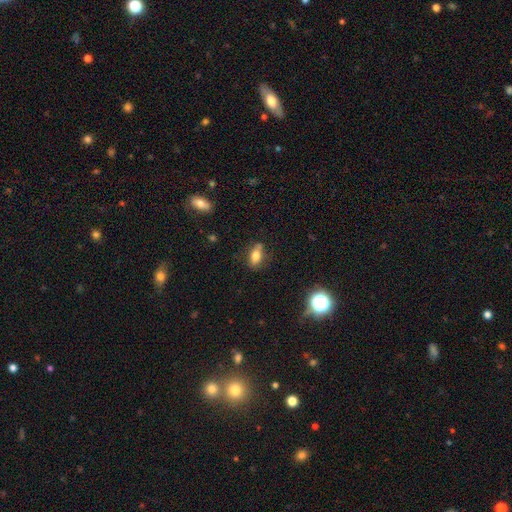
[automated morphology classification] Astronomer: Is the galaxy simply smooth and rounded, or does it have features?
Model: smooth — 73%.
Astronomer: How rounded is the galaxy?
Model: in between — 81%.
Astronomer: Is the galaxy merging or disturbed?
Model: none — 71%.